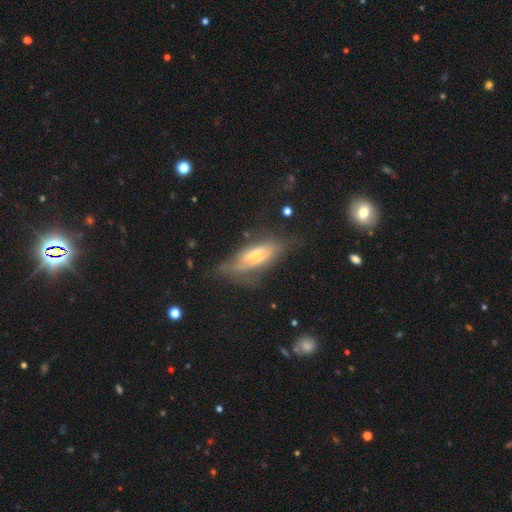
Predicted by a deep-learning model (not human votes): The model was most divided on "edge-on disk": yes: 51%, no: 49%. More confident: smooth or featured — featured or disk (54%); merging — none (50%).